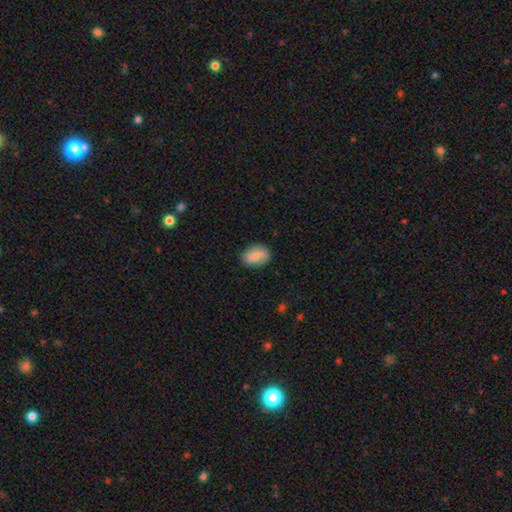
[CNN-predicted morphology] A smooth galaxy with no disk features (83%) that is in between round and cigar-shaped (80%). Merging: none (84%).